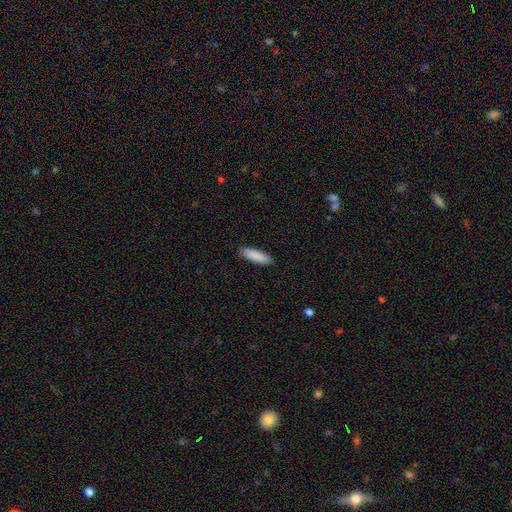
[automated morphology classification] A smooth galaxy with no disk features (89%) that is cigar-shaped (55%).

Vote fractions:
- Smooth or featured? smooth: 89% / star or artifact: 6% / featured or disk: 5%
- How rounded? cigar-shaped: 55% / in between: 44% / round: 1%
- Merging? none: 87% / minor disturbance: 10% / major disturbance: 2% / merger: 1%